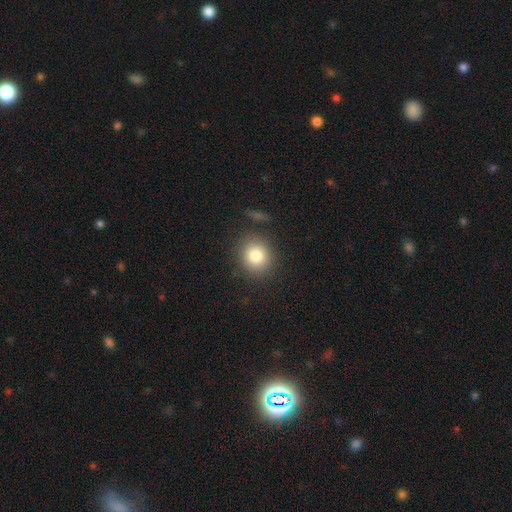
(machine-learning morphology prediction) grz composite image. It shows a smooth galaxy with no disk features (82%) that is round (77%). Merging: none (85%).